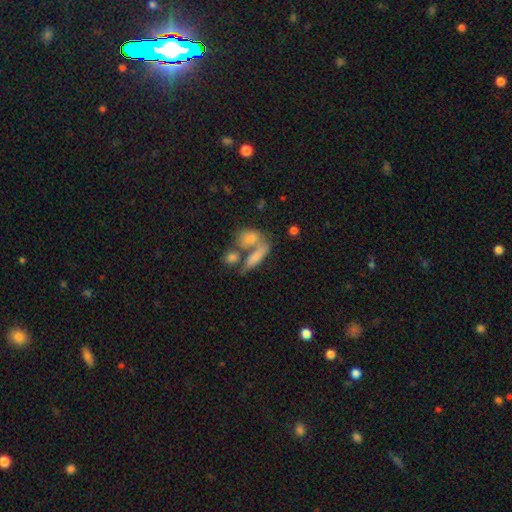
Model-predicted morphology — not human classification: smooth-or-featured: smooth: 58% | featured or disk: 28% | star or artifact: 14%
  how-rounded: in between: 49% | cigar-shaped: 36% | round: 15%
  merging: merger: 42% | none: 41% | minor disturbance: 10% | major disturbance: 7%